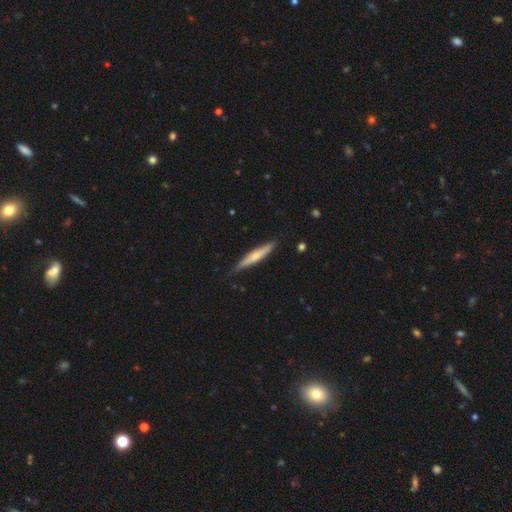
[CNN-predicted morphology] A smooth galaxy with no disk features (48%). Merging: none (82%).